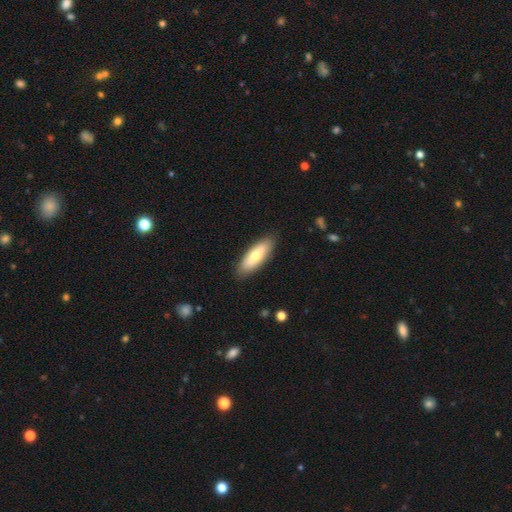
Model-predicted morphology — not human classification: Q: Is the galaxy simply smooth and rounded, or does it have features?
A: smooth — 69%.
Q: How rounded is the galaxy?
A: in between — 58%.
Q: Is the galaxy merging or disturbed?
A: none — 87%.